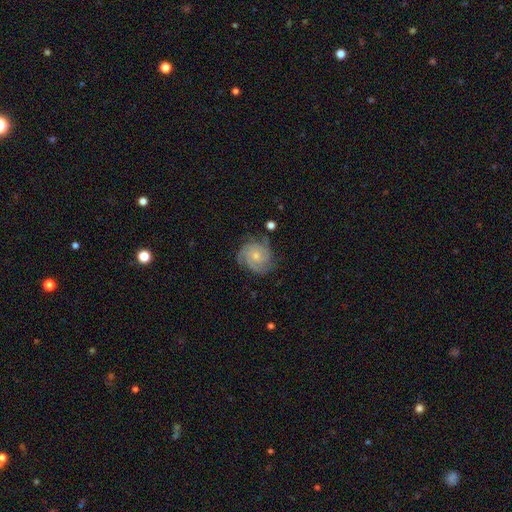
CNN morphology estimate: This is likely a featured or disk galaxy (80%). It is clearly not viewed edge-on (98%). Bar: likely no (73%). Spiral arm pattern: clearly yes (96%). Spiral arm count: marginally 3 (38%). Spiral winding: likely tight (63%). Central bulge: possibly small (60%). Merging: likely none (70%).